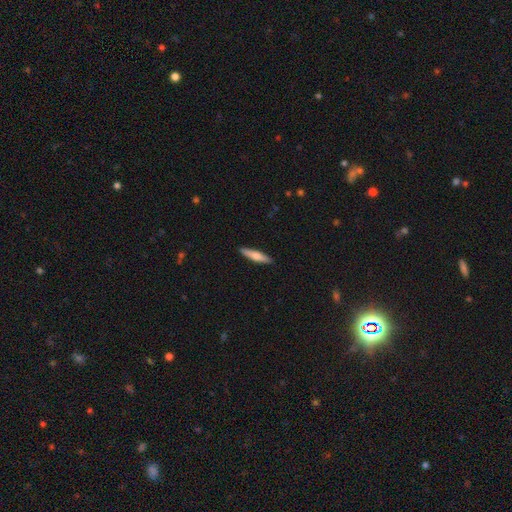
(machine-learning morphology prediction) Smooth or featured: smooth — 65% (featured or disk — 30%)
How rounded: cigar-shaped — 84% (in between — 15%)
Merging: none — 90% (minor disturbance — 7%)